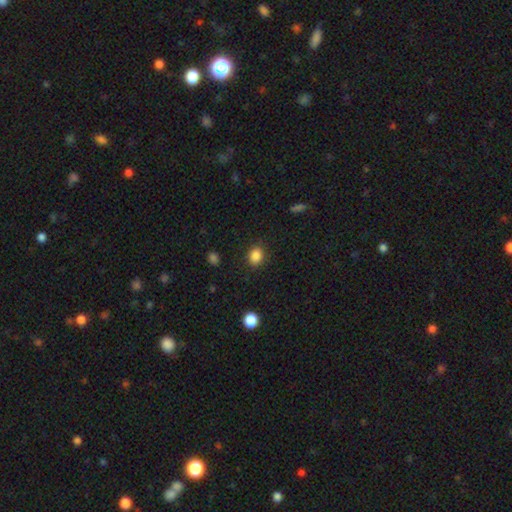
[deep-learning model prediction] smooth 86%, star or artifact 10%, featured or disk 4%. Down the decision tree: how rounded — in between (50%); merging — none (86%).